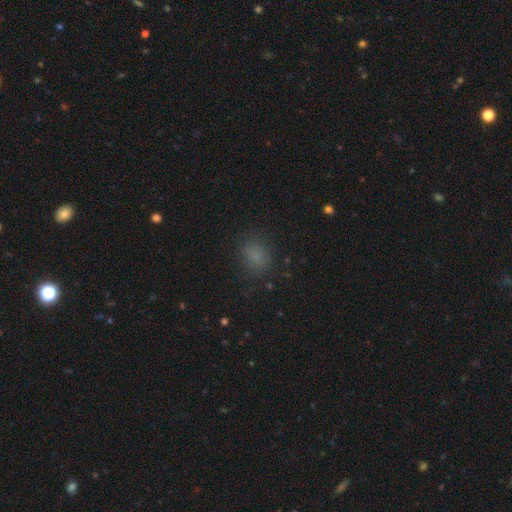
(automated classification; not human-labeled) Smooth or featured? Predicted: smooth (p=0.76). How rounded? Predicted: round (p=0.57). Merging? Predicted: none (p=0.81).